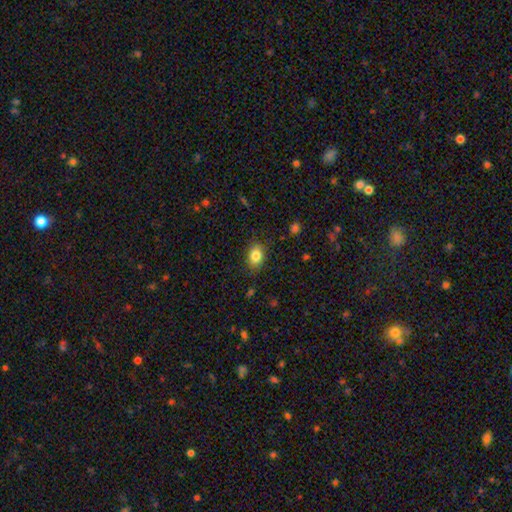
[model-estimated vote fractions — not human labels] A smooth galaxy with no disk features (83%) that is in between round and cigar-shaped (75%).

Vote fractions:
- Smooth or featured? smooth: 83% / star or artifact: 9% / featured or disk: 7%
- How rounded? in between: 75% / round: 23% / cigar-shaped: 1%
- Merging? none: 84% / minor disturbance: 12% / major disturbance: 3% / merger: 1%